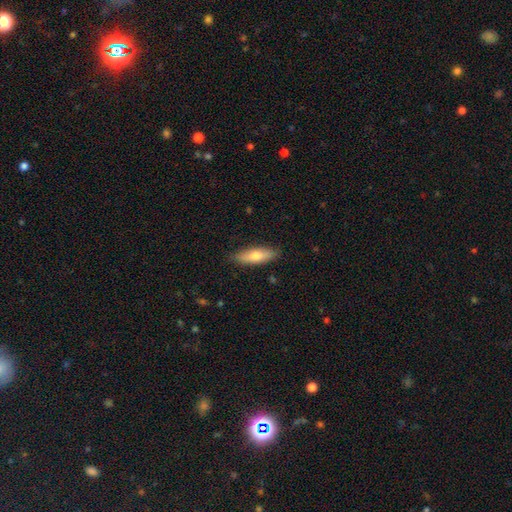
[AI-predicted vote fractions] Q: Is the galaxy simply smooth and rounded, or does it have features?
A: smooth — 68%.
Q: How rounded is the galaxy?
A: cigar-shaped — 53%.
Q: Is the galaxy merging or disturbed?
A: none — 86%.